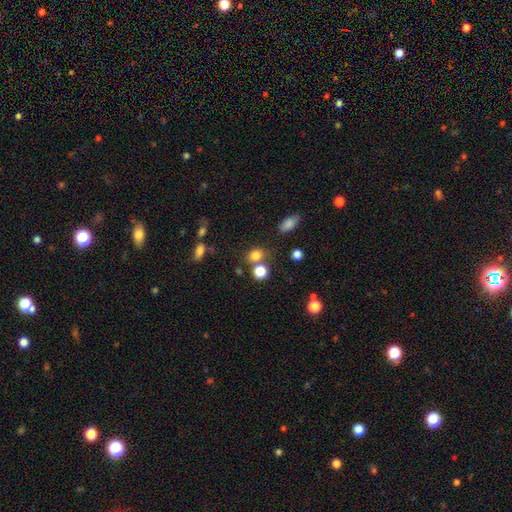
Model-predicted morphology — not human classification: Smooth or featured: smooth — 78% (star or artifact — 15%)
How rounded: round — 61% (in between — 37%)
Merging: none — 62% (merger — 20%)